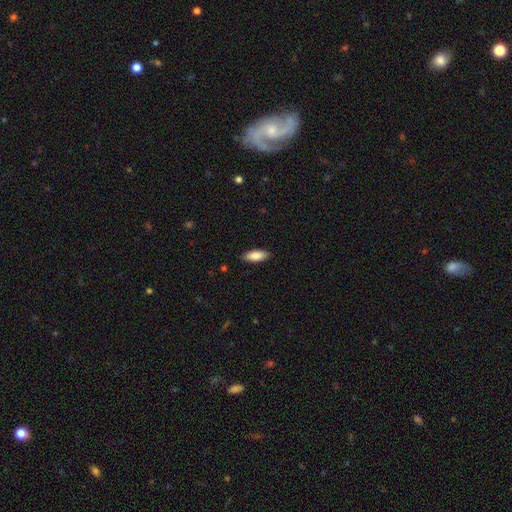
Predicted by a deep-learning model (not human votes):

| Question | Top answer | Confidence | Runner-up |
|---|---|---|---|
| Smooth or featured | smooth | 85% | featured or disk (9%) |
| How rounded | in between | 76% | cigar-shaped (22%) |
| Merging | none | 88% | minor disturbance (9%) |